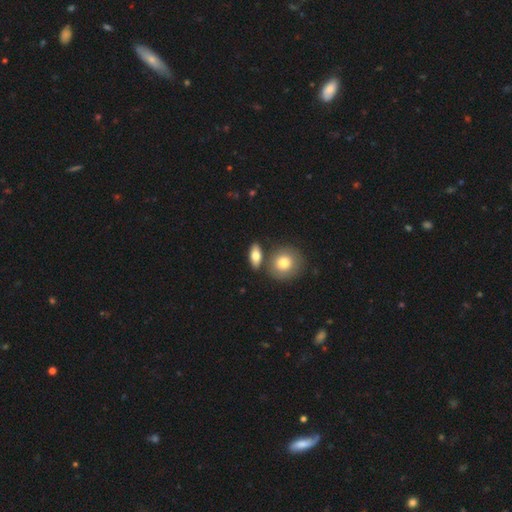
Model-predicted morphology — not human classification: Q: Smooth or featured?
A: smooth (76%); runner-up: featured or disk (18%)
Q: How rounded?
A: in between (74%); runner-up: round (13%)
Q: Merging?
A: none (74%); runner-up: merger (13%)